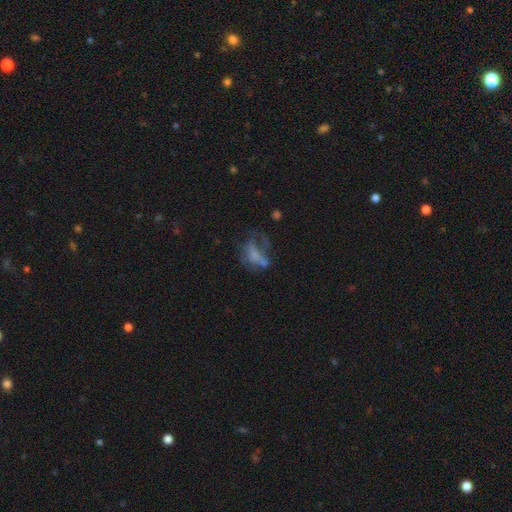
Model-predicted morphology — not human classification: A featured or disk galaxy (45%). Merging: major disturbance (43%).